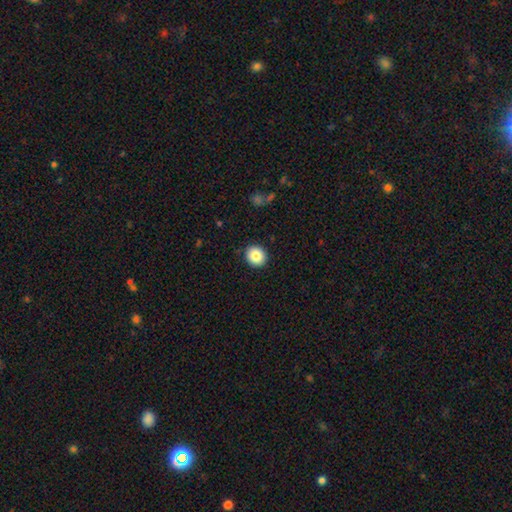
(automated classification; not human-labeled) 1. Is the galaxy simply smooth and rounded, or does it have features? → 84% smooth, 9% star or artifact, 7% featured or disk.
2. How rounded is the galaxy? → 86% round, 13% in between, 1% cigar-shaped.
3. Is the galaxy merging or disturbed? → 90% none, 7% minor disturbance, 2% major disturbance, 1% merger.